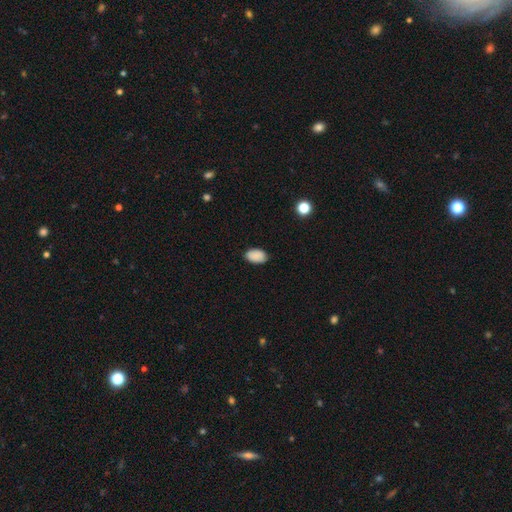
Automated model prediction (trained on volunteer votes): A smooth galaxy with no disk features (89%) that is in between round and cigar-shaped (90%).

Vote fractions:
- Smooth or featured? smooth: 89% / star or artifact: 8% / featured or disk: 3%
- How rounded? in between: 90% / round: 9% / cigar-shaped: 1%
- Merging? none: 85% / minor disturbance: 12% / major disturbance: 2% / merger: 1%